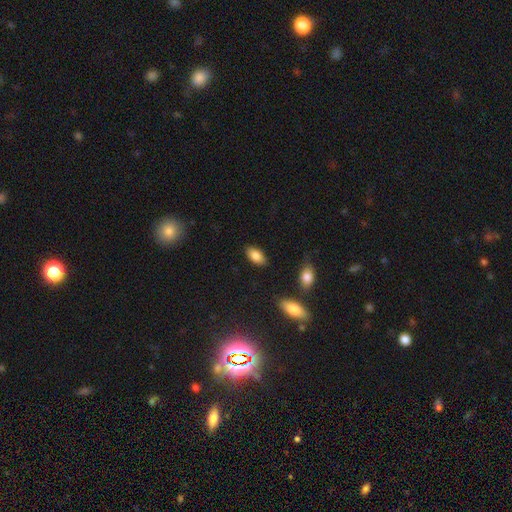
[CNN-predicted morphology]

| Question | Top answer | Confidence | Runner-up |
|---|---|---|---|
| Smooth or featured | smooth | 85% | featured or disk (8%) |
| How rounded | in between | 93% | round (4%) |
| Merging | none | 86% | minor disturbance (10%) |